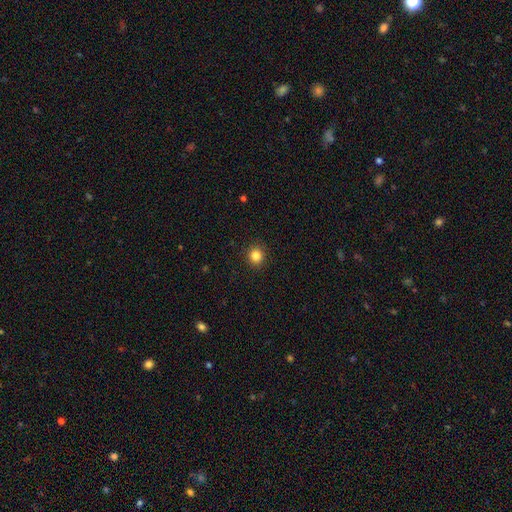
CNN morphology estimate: Smooth or featured? smooth (84%)
How rounded? round (91%)
Merging? none (92%)